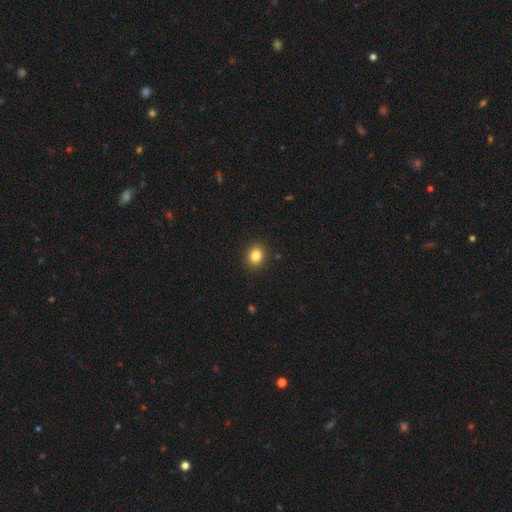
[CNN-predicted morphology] Smooth or featured? Predicted: smooth (p=0.84). How rounded? Predicted: round (p=0.63). Merging? Predicted: none (p=0.91).